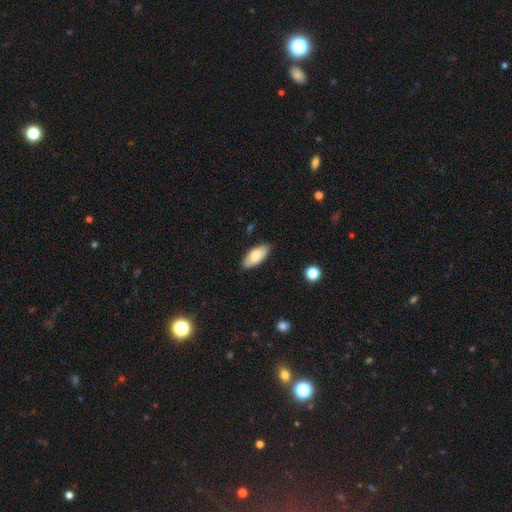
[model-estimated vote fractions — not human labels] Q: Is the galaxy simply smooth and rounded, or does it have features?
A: smooth — 79%.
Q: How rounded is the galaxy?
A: in between — 89%.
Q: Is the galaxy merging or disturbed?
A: none — 85%.